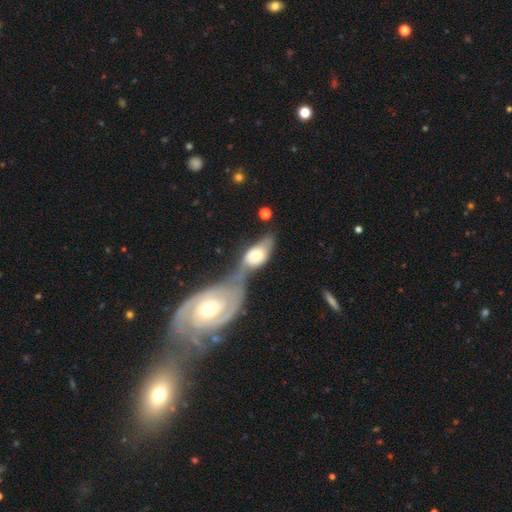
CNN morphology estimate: Smooth or featured?
  - smooth: 49% *
  - featured or disk: 45%
  - star or artifact: 6%
Merging?
  - merger: 64% *
  - none: 15%
  - major disturbance: 11%
  - minor disturbance: 10%